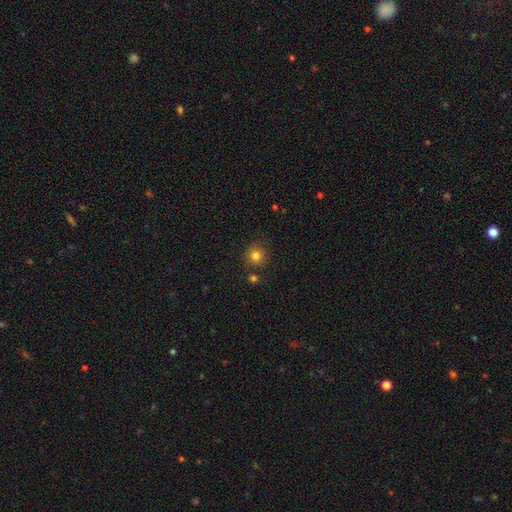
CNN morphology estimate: Overall: smooth (80%). How rounded: round (93%). Merging: none (83%).